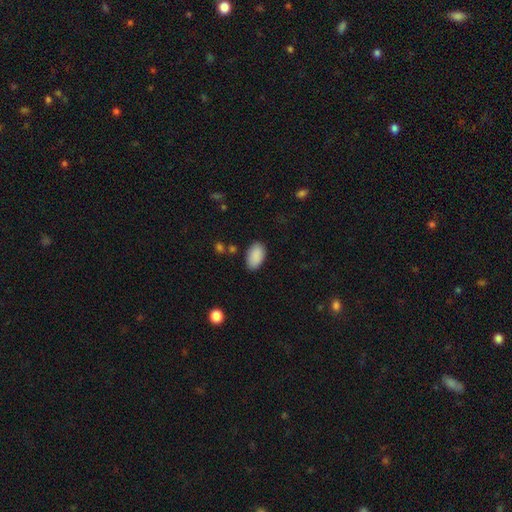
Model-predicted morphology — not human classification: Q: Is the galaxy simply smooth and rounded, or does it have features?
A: smooth — 90%.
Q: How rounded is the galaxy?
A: in between — 94%.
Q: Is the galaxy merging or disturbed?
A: none — 83%.